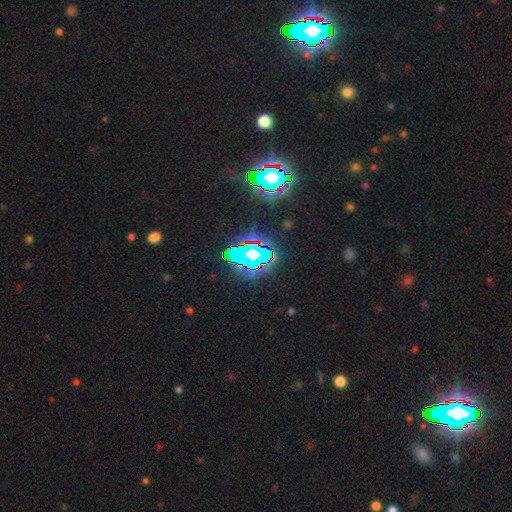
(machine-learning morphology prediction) A star or artifact, not a galaxy (83%).